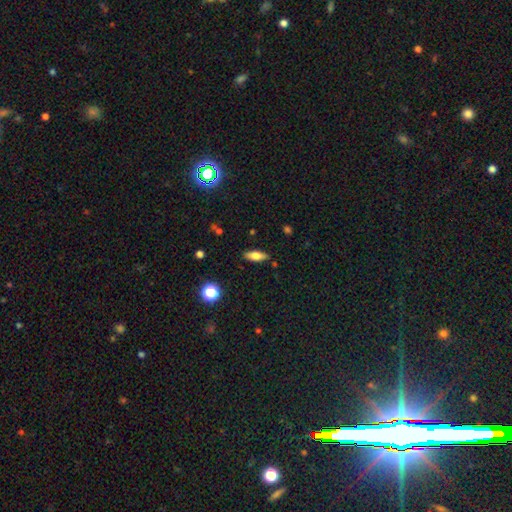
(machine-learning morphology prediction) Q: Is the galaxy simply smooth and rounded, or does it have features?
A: smooth — 64%.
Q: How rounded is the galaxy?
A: in between — 68%.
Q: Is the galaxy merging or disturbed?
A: none — 86%.